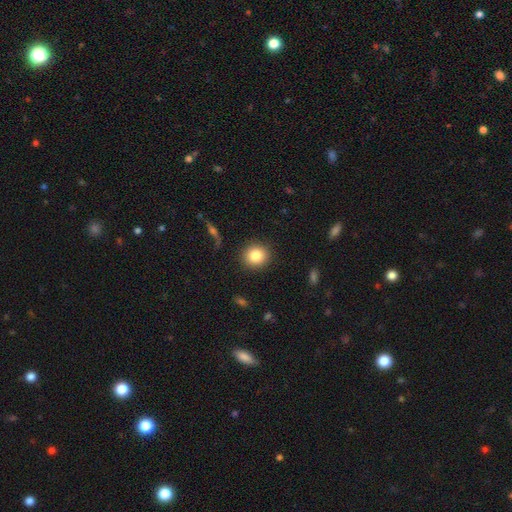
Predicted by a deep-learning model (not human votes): This appears to be a smooth galaxy with no disk features (83%) that is round (87%). Merging: none (91%).